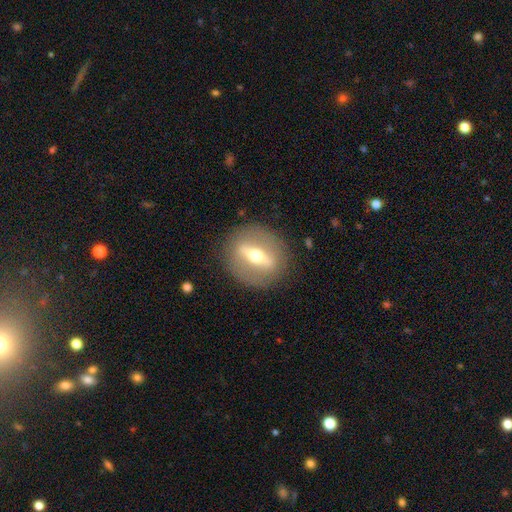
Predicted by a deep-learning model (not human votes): A featured or disk galaxy (71%).

Vote fractions:
- Smooth or featured? featured or disk: 71% / smooth: 22% / star or artifact: 7%
- Edge-on disk? no: 51% / yes: 49%
- Merging? none: 87% / minor disturbance: 8% / major disturbance: 4% / merger: 1%